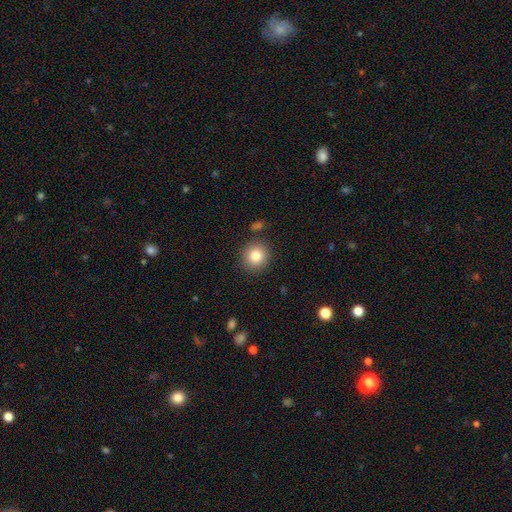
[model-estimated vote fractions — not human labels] A smooth galaxy with no disk features (84%) that is round (90%).

Vote fractions:
- Smooth or featured? smooth: 84% / star or artifact: 10% / featured or disk: 7%
- How rounded? round: 90% / in between: 9% / cigar-shaped: 1%
- Merging? none: 87% / minor disturbance: 8% / merger: 3% / major disturbance: 3%